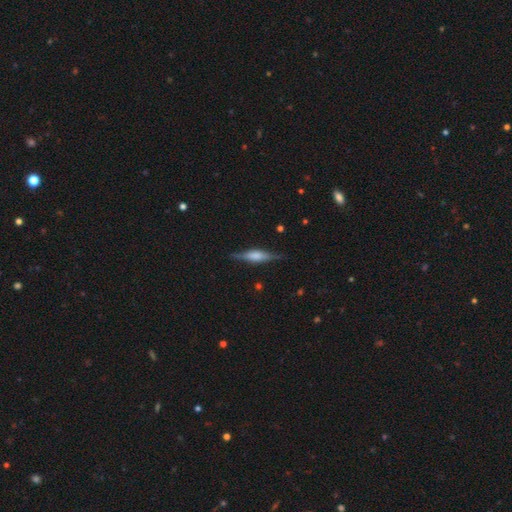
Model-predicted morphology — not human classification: Q: Smooth or featured?
A: featured or disk (63%); runner-up: smooth (30%)
Q: Edge-on disk?
A: yes (96%); runner-up: no (4%)
Q: Edge-on bulge?
A: rounded (59%); runner-up: boxy (34%)
Q: Merging?
A: none (84%); runner-up: minor disturbance (12%)